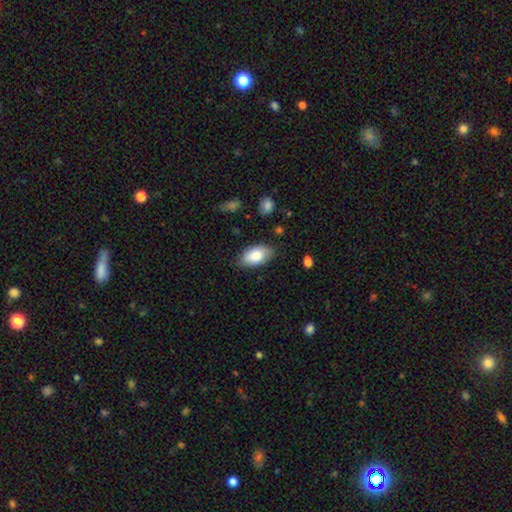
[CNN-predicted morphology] This appears to be a smooth galaxy with no disk features (84%) that is in between round and cigar-shaped (94%). Merging: none (80%).